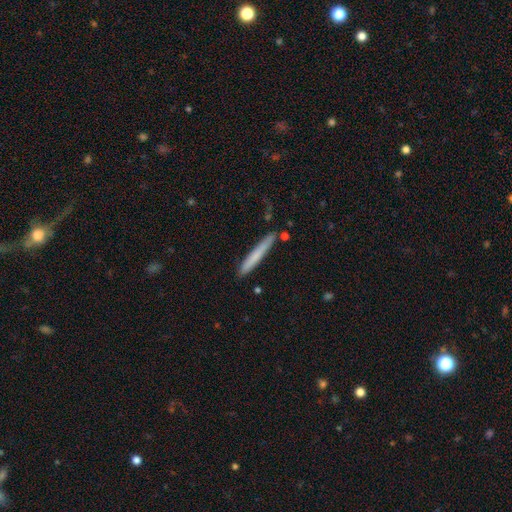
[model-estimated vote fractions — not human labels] Overall: smooth (69%). How rounded: cigar-shaped (97%). Merging: none (85%).